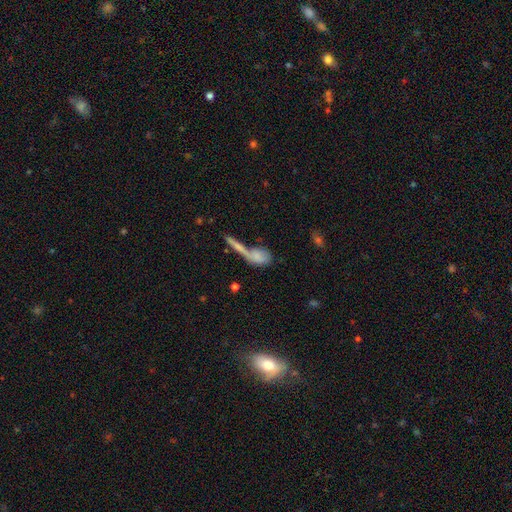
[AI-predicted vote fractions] Q: Smooth or featured?
A: smooth (67%); runner-up: featured or disk (24%)
Q: How rounded?
A: in between (54%); runner-up: cigar-shaped (32%)
Q: Merging?
A: merger (50%); runner-up: none (29%)